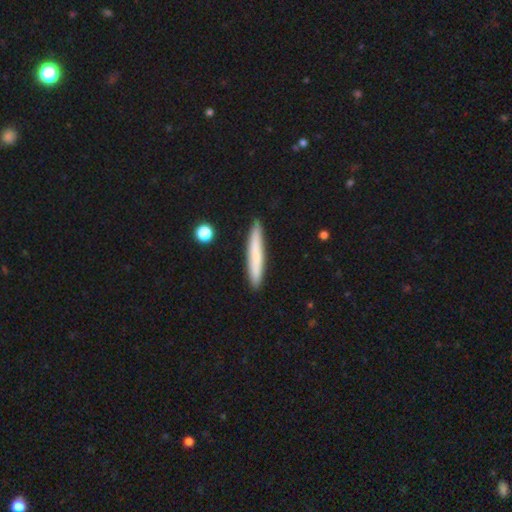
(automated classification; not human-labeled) A smooth galaxy with no disk features (71%) that is cigar-shaped (95%). Merging: none (90%).